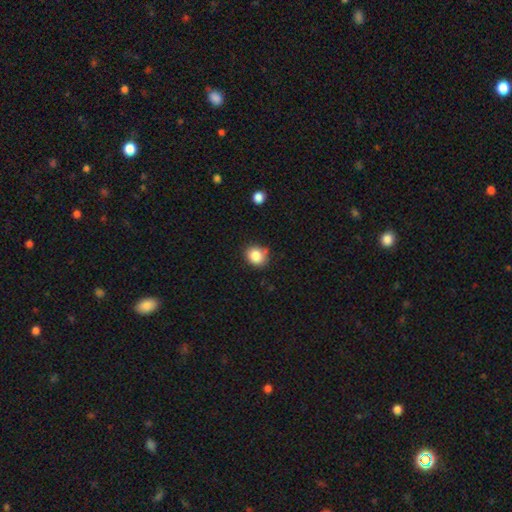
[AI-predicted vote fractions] Smooth or featured: smooth — 84% (star or artifact — 10%)
How rounded: round — 71% (in between — 28%)
Merging: none — 74% (minor disturbance — 18%)